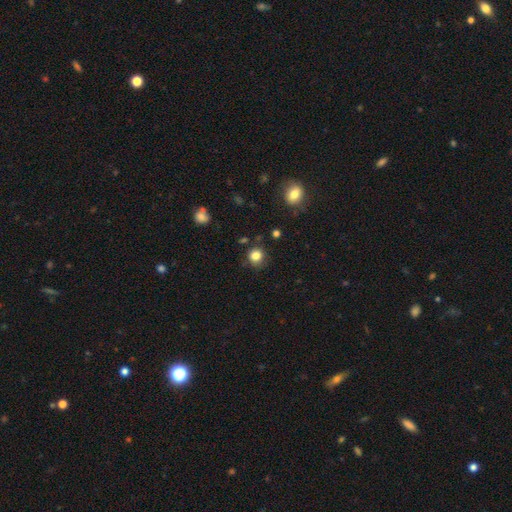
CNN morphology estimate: The model was most divided on "smooth or featured": smooth: 83%, star or artifact: 12%, featured or disk: 5%. More confident: how rounded — round (90%); merging — none (82%).